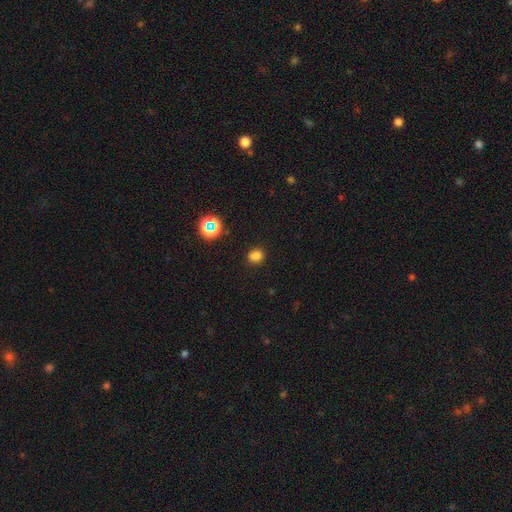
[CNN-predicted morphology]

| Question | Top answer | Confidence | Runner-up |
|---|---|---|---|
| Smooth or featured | smooth | 75% | star or artifact (19%) |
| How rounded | round | 66% | in between (33%) |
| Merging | none | 78% | minor disturbance (13%) |